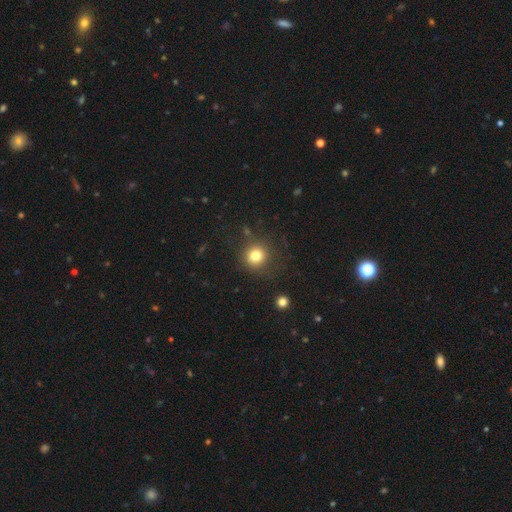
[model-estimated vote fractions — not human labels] This appears to be a smooth galaxy with no disk features (79%) that is round (91%). Merging: none (83%).